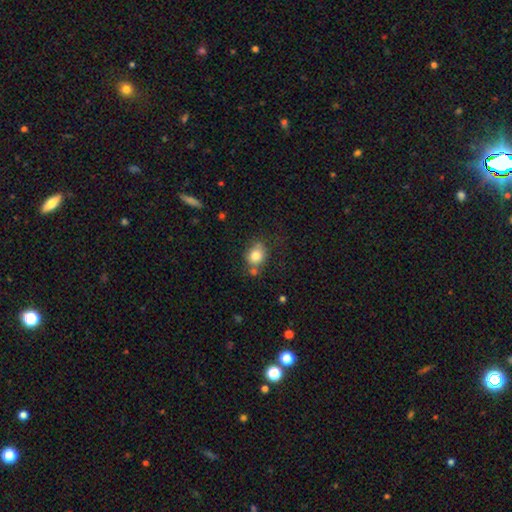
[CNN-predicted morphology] Smooth or featured? smooth (80%)
How rounded? round (60%)
Merging? none (59%)